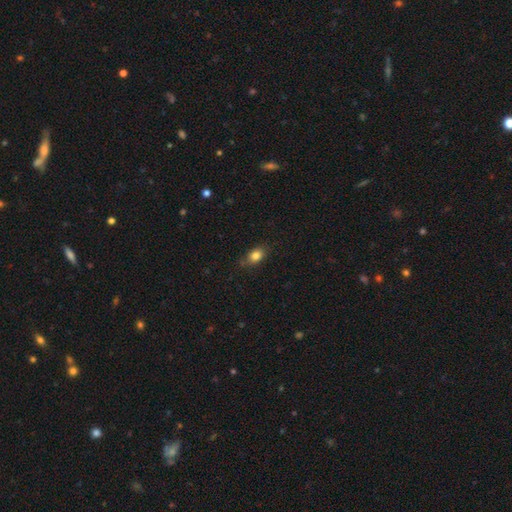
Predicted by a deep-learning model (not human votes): A smooth galaxy with no disk features (82%) that is in between round and cigar-shaped (76%).

Vote fractions:
- Smooth or featured? smooth: 82% / star or artifact: 10% / featured or disk: 8%
- How rounded? in between: 76% / round: 22% / cigar-shaped: 3%
- Merging? none: 74% / minor disturbance: 19% / major disturbance: 4% / merger: 3%